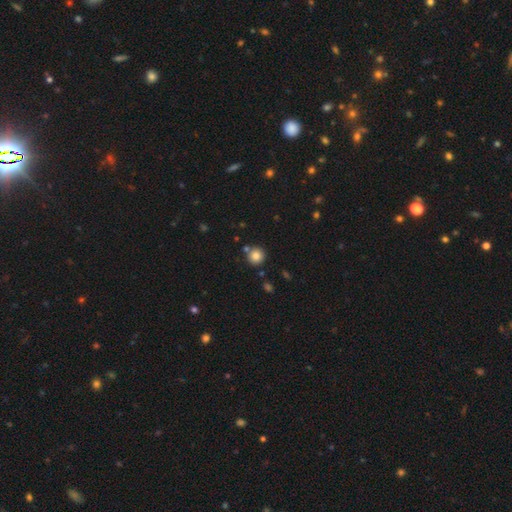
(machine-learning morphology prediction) Q: Smooth or featured?
A: smooth (83%); runner-up: star or artifact (11%)
Q: How rounded?
A: round (94%); runner-up: in between (5%)
Q: Merging?
A: none (81%); runner-up: merger (9%)